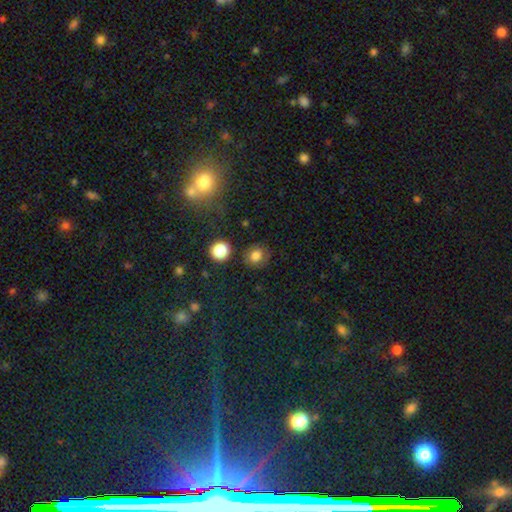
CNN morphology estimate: A smooth galaxy with no disk features (79%) that is round (71%). Merging: none (80%).